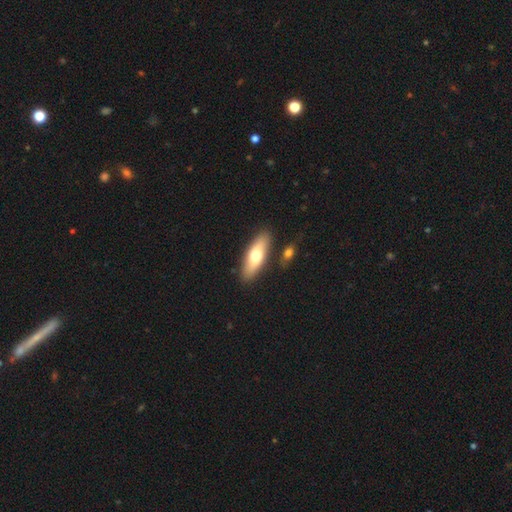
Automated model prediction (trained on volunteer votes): smooth-or-featured: smooth: 65% | featured or disk: 30% | star or artifact: 5%
  how-rounded: in between: 56% | cigar-shaped: 41% | round: 2%
  merging: none: 84% | minor disturbance: 9% | merger: 5% | major disturbance: 2%